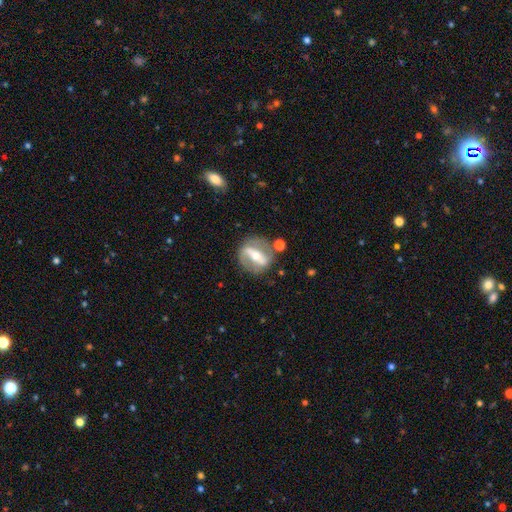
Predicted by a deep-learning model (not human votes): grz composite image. It shows a featured or disk galaxy (76%) with a strong bar (73%), spiral arms (58%) and a moderate central bulge (58%). Merging: none (76%).